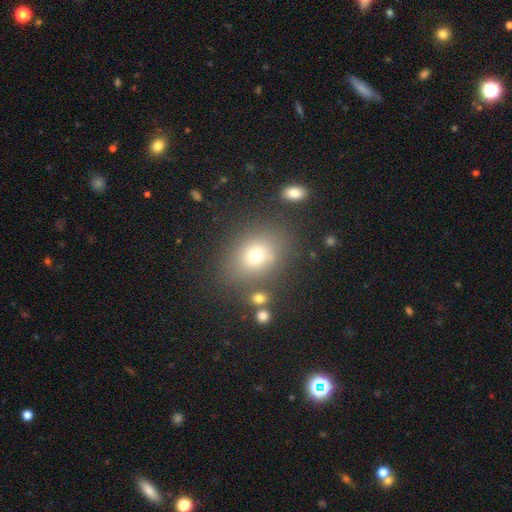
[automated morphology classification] Overall: smooth (71%). How rounded: in between (53%; round 45%). Merging: none (77%).